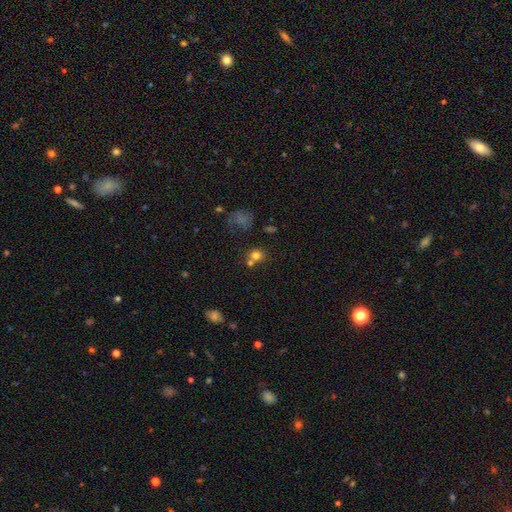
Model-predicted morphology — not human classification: smooth-or-featured: smooth: 73% | star or artifact: 16% | featured or disk: 11%
  how-rounded: round: 81% | in between: 18% | cigar-shaped: 1%
  merging: none: 55% | merger: 30% | minor disturbance: 10% | major disturbance: 5%